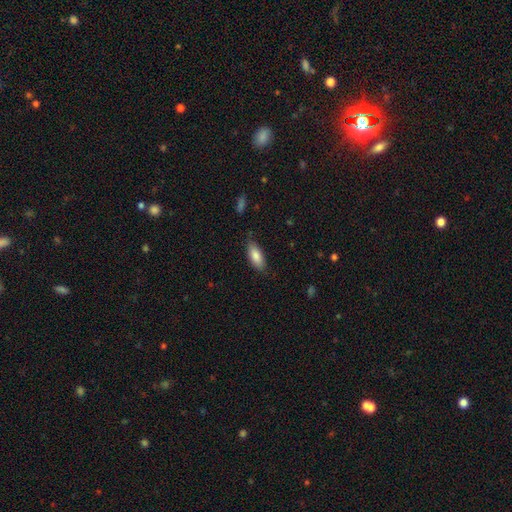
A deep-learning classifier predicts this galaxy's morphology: type=smooth (84%); roundness=in between (81%); merging=none (78%).